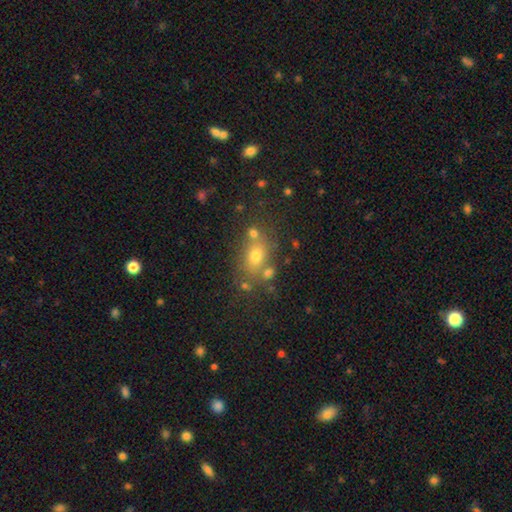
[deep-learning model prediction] A smooth galaxy with no disk features (63%) that is in between round and cigar-shaped (55%). Merging: none (67%).